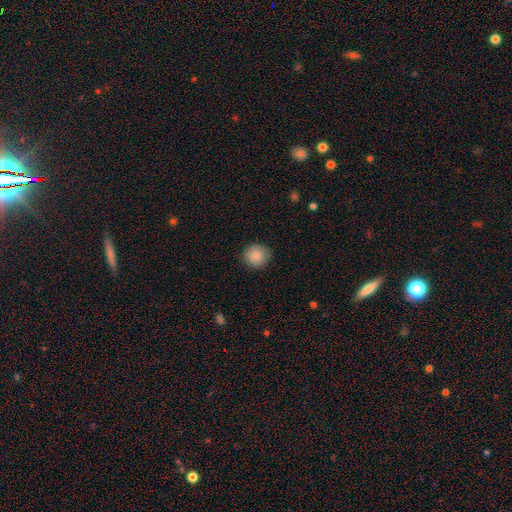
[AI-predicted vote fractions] Smooth or featured? smooth (87%)
How rounded? round (91%)
Merging? none (86%)